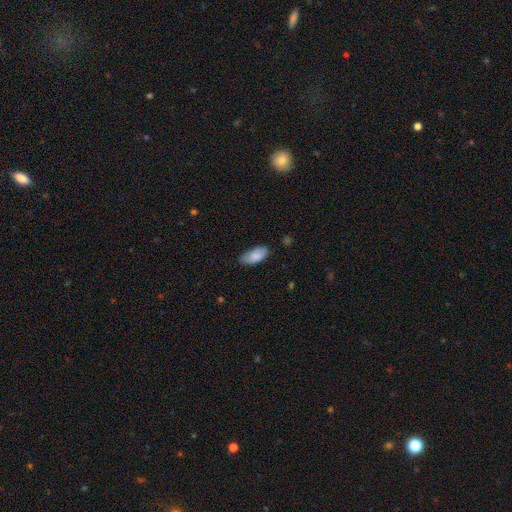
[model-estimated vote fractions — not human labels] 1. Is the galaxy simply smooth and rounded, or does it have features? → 85% smooth, 9% featured or disk, 7% star or artifact.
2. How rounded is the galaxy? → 91% in between, 7% cigar-shaped, 2% round.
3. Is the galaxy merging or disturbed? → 69% none, 25% minor disturbance, 4% major disturbance, 1% merger.